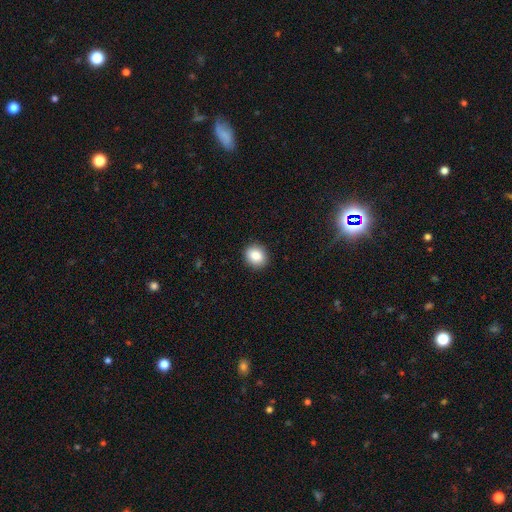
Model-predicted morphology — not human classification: Overall: smooth (86%). How rounded: round (70%). Merging: none (91%).